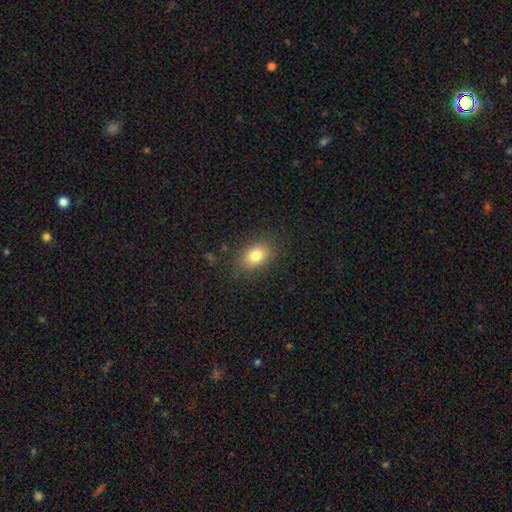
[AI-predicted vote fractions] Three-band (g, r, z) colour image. It shows a smooth galaxy with no disk features (81%) that is in between round and cigar-shaped (73%). Merging: none (83%).